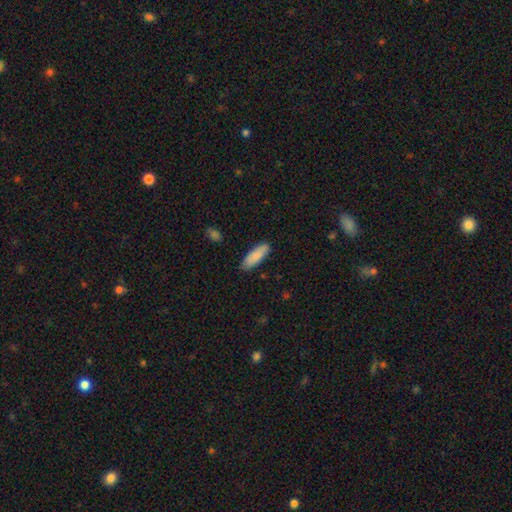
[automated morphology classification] type=smooth (87%); roundness=in between (58%); merging=none (84%).